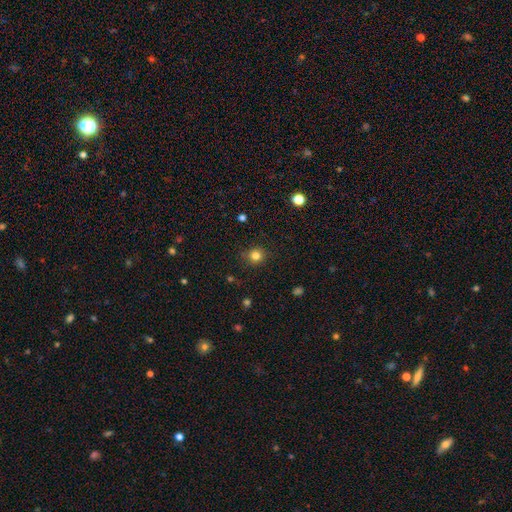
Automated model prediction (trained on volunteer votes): Q: Smooth or featured?
A: smooth (82%); runner-up: star or artifact (13%)
Q: How rounded?
A: round (91%); runner-up: in between (8%)
Q: Merging?
A: none (88%); runner-up: minor disturbance (8%)